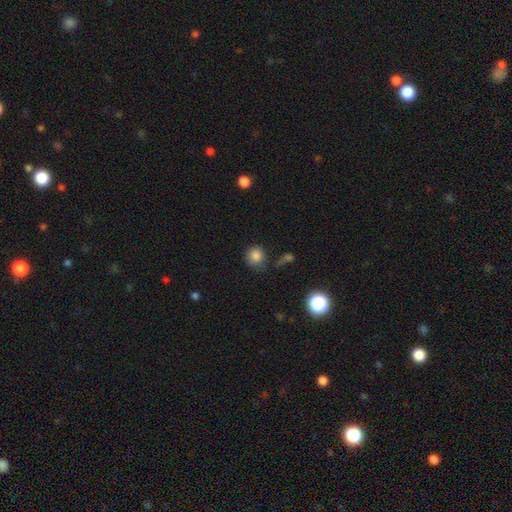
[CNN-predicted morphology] Smooth or featured: smooth — 82% (star or artifact — 12%)
How rounded: round — 82% (in between — 16%)
Merging: none — 62% (minor disturbance — 24%)